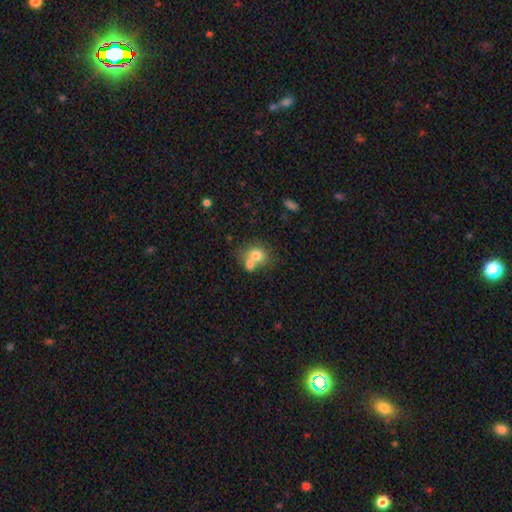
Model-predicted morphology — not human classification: Q: Smooth or featured?
A: smooth (74%); runner-up: featured or disk (16%)
Q: How rounded?
A: round (68%); runner-up: in between (31%)
Q: Merging?
A: merger (52%); runner-up: none (35%)